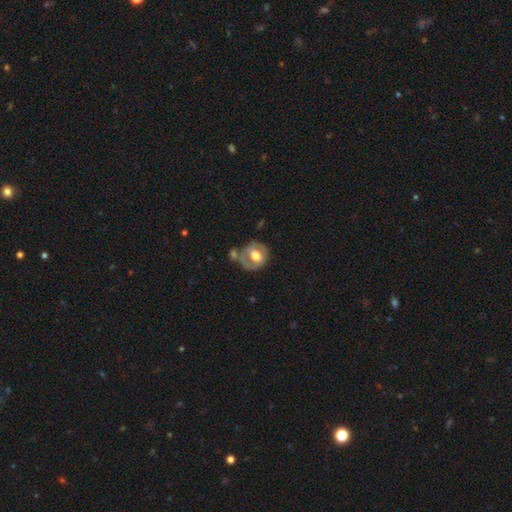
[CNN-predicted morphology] Q: Smooth or featured?
A: featured or disk (52%); runner-up: smooth (42%)
Q: Edge-on disk?
A: no (95%); runner-up: yes (5%)
Q: Merging?
A: none (47%); runner-up: minor disturbance (23%)